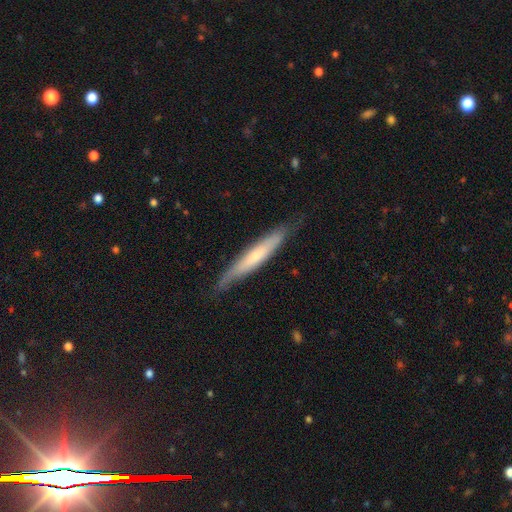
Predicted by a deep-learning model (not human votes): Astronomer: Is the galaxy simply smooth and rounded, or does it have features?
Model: smooth — 49% (runner-up: featured or disk, 46%).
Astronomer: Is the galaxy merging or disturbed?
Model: none — 77%.